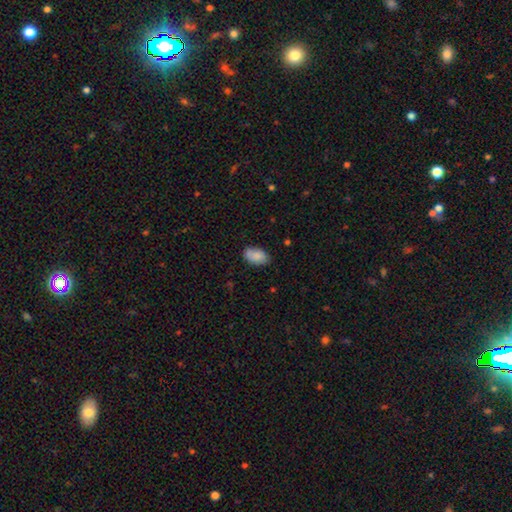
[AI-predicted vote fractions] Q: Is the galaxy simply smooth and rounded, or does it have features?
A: smooth — 85%.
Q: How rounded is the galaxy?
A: in between — 91%.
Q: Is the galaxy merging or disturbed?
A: none — 74%.